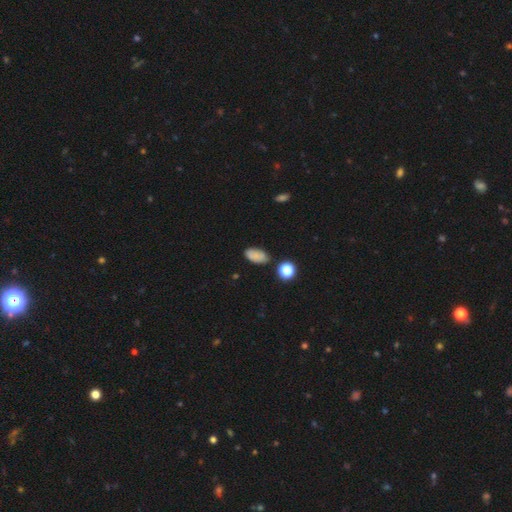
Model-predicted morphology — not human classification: smooth_or_featured: smooth (p=0.79) [alt: star or artifact p=0.12]
how_rounded: in between (p=0.91) [alt: round p=0.06]
merging: none (p=0.75) [alt: minor disturbance p=0.16]